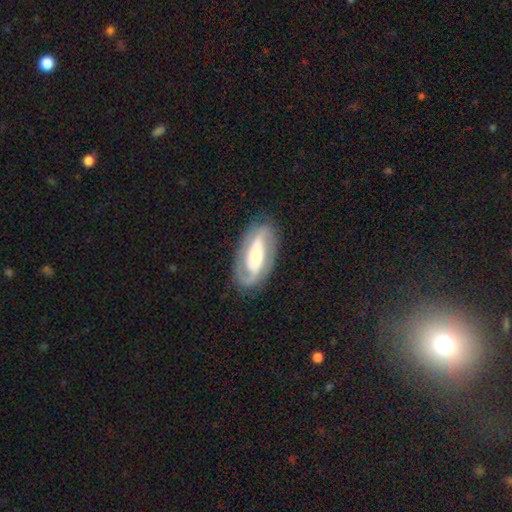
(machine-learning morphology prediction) A featured or disk galaxy (81%) with no bar (36%, tied with strong), 2 (86%) medium (42%) spiral arms (90%) and a moderate central bulge (51%). Merging: none (82%).